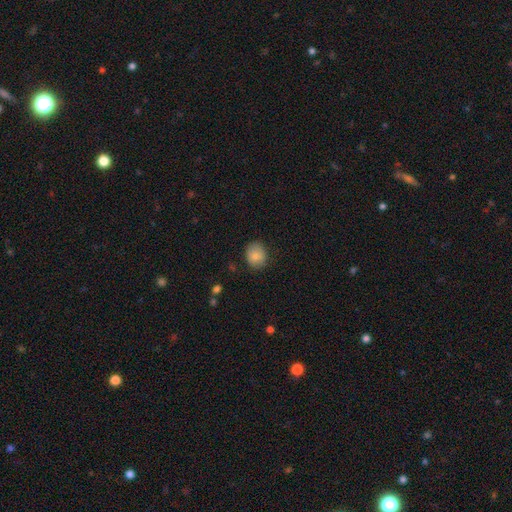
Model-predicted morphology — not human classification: Smooth or featured? Predicted: smooth (p=0.84). How rounded? Predicted: round (p=0.62). Merging? Predicted: none (p=0.79).